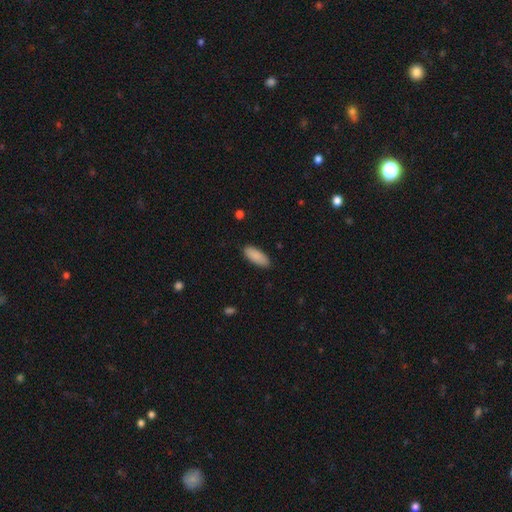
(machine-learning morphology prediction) smooth 90%, star or artifact 6%, featured or disk 4%. Down the decision tree: how rounded — in between (77%); merging — none (88%).